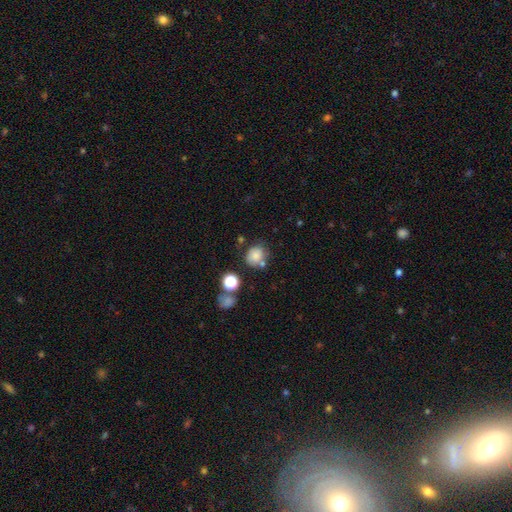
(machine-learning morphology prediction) The model was most divided on "how rounded": round: 69%, in between: 30%, cigar-shaped: 1%. More confident: smooth or featured — smooth (79%); merging — none (64%).